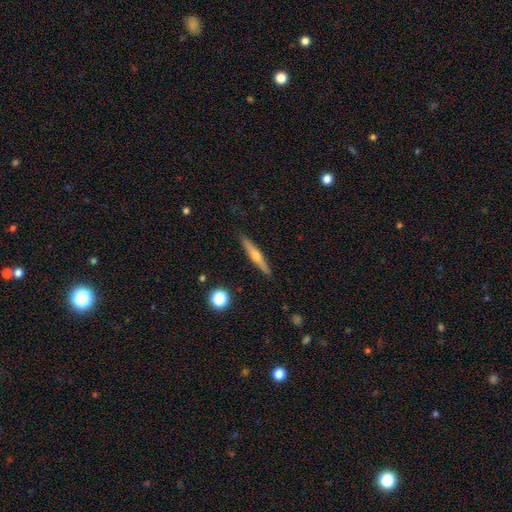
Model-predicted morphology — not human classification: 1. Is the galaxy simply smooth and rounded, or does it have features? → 60% featured or disk, 34% smooth, 7% star or artifact.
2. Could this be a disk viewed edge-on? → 96% yes, 4% no.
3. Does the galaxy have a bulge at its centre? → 87% rounded, 10% none, 3% boxy.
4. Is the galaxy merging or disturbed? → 90% none, 7% minor disturbance, 1% major disturbance, 1% merger.